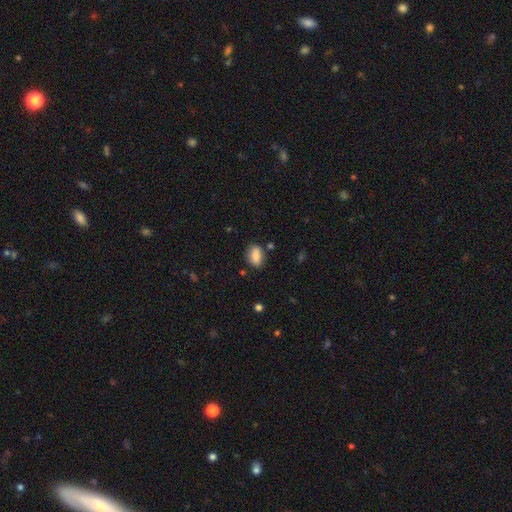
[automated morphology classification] Smooth or featured: smooth — 84% (featured or disk — 8%)
How rounded: in between — 86% (round — 11%)
Merging: none — 79% (minor disturbance — 14%)